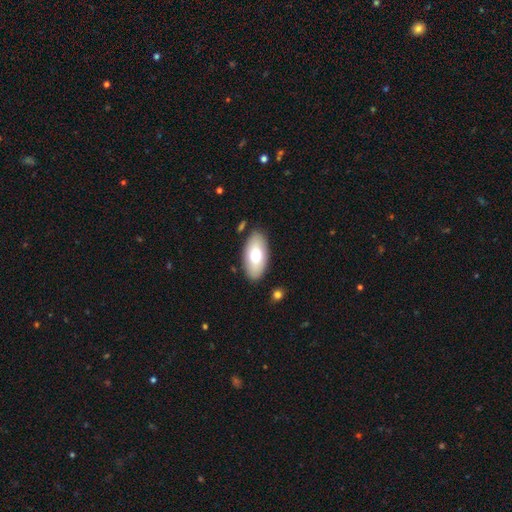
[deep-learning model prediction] Smooth or featured?
  - smooth: 69% *
  - featured or disk: 25%
  - star or artifact: 6%
How rounded?
  - in between: 93% *
  - cigar-shaped: 4%
  - round: 3%
Merging?
  - none: 85% *
  - minor disturbance: 10%
  - major disturbance: 3%
  - merger: 3%